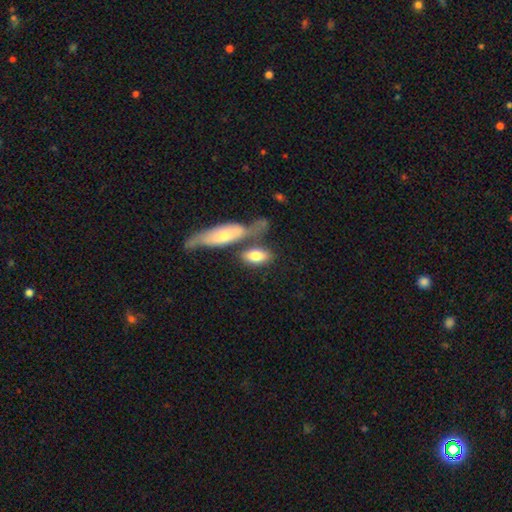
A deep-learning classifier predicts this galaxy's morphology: smooth 75%, featured or disk 19%, star or artifact 6%. Down the decision tree: how rounded — in between (83%); merging — none (49%).